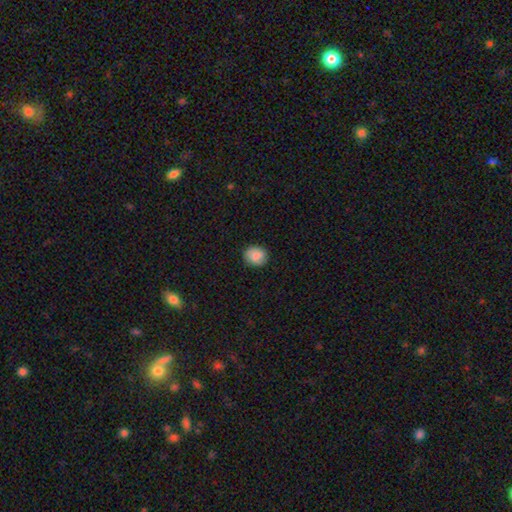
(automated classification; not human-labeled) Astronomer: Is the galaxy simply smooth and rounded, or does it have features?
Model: smooth — 86%.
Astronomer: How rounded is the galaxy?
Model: round — 73%.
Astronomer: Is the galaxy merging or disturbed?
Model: none — 88%.